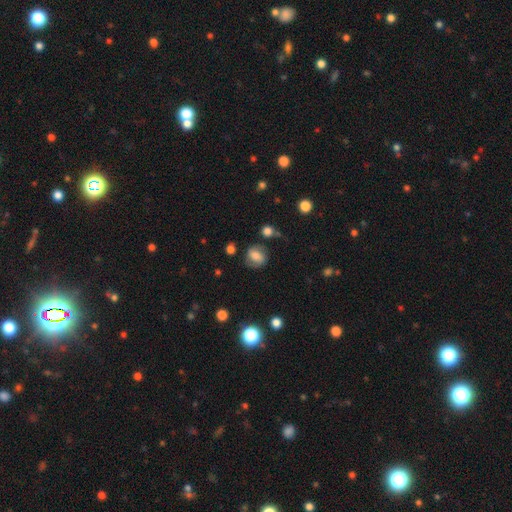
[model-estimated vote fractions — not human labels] A smooth galaxy with no disk features (56%) that is round (67%).

Vote fractions:
- Smooth or featured? smooth: 56% / featured or disk: 34% / star or artifact: 10%
- How rounded? round: 67% / in between: 31% / cigar-shaped: 1%
- Merging? none: 71% / minor disturbance: 17% / major disturbance: 8% / merger: 4%